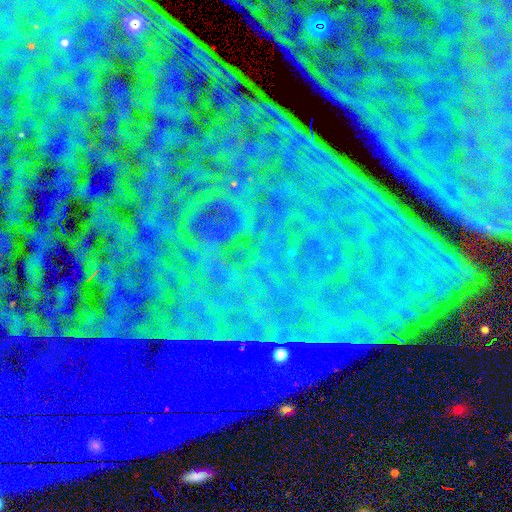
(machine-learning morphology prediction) Overall: star or artifact (87%).